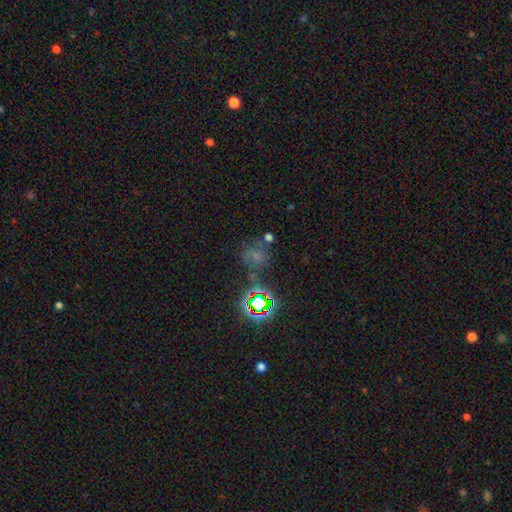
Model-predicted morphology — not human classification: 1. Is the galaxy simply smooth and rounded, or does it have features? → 44% star or artifact, 40% smooth, 16% featured or disk.